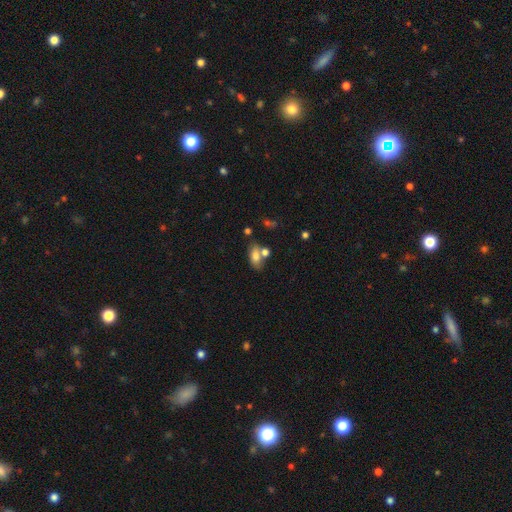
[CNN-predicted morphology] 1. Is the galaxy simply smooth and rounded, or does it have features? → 76% smooth, 14% featured or disk, 10% star or artifact.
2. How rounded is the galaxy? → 88% in between, 7% round, 5% cigar-shaped.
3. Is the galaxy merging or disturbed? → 50% none, 29% merger, 15% minor disturbance, 6% major disturbance.